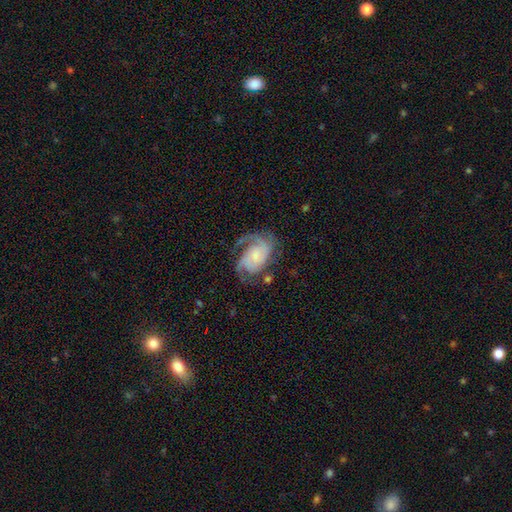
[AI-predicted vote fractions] Smooth or featured: featured or disk — 86% (smooth — 9%)
Edge-on disk: no — 98% (yes — 2%)
Bar: no — 65% (weak — 28%)
Spiral arms: yes — 97% (no — 3%)
Spiral winding: medium — 44% (tight — 40%)
Spiral arm count: 2 — 47% (3 — 25%)
Bulge size: small — 59% (moderate — 24%)
Merging: none — 61% (minor disturbance — 20%)